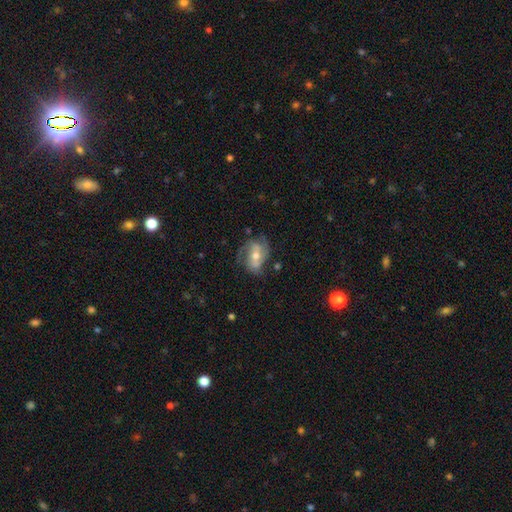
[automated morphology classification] featured or disk 72%, smooth 21%, star or artifact 7%. Down the decision tree: edge-on disk — no (96%); bar — weak (39%); spiral arms — yes (89%); spiral arm count — 2 (46%); spiral winding — medium (45%); bulge size — moderate (62%); merging — none (58%).